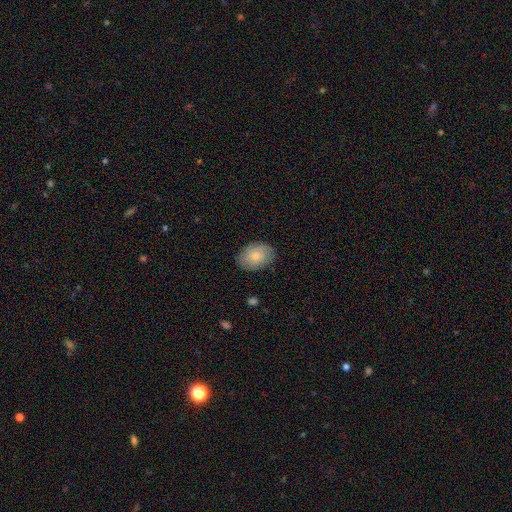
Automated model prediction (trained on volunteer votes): smooth-or-featured: smooth: 75% | featured or disk: 19% | star or artifact: 7%
  how-rounded: in between: 79% | round: 20% | cigar-shaped: 1%
  merging: none: 82% | minor disturbance: 14% | major disturbance: 3% | merger: 1%